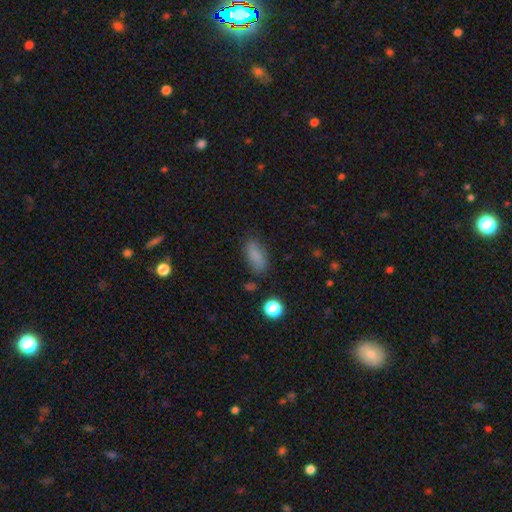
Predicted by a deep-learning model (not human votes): Q: Smooth or featured?
A: smooth (83%); runner-up: star or artifact (10%)
Q: How rounded?
A: in between (83%); runner-up: cigar-shaped (13%)
Q: Merging?
A: none (78%); runner-up: minor disturbance (15%)